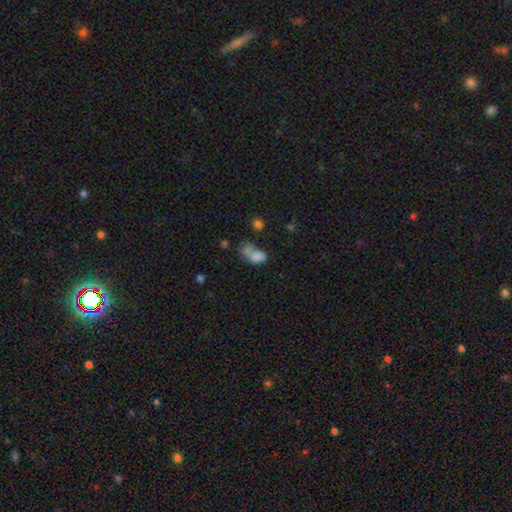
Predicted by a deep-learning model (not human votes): Smooth or featured? Predicted: smooth (p=0.72). How rounded? Predicted: in between (p=0.83). Merging? Predicted: merger (p=0.48).